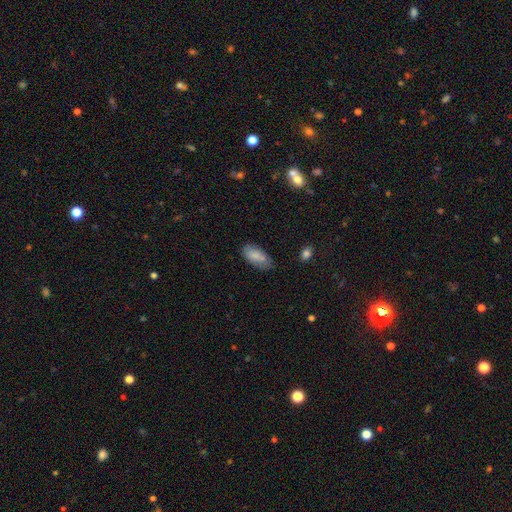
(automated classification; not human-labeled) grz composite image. It shows a smooth galaxy with no disk features (83%) that is in between round and cigar-shaped (91%). Merging: none (65%).